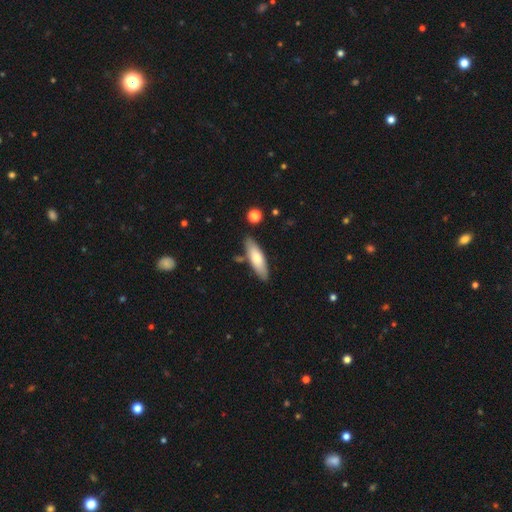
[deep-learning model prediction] This is likely a smooth galaxy (67%). How rounded: possibly cigar-shaped (52%). Merging: clearly none (83%).